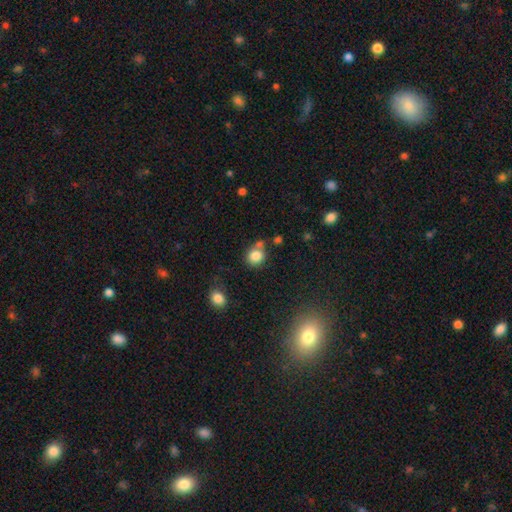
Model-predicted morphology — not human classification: This appears to be a smooth galaxy with no disk features (83%) that is round (80%). Merging: none (58%).